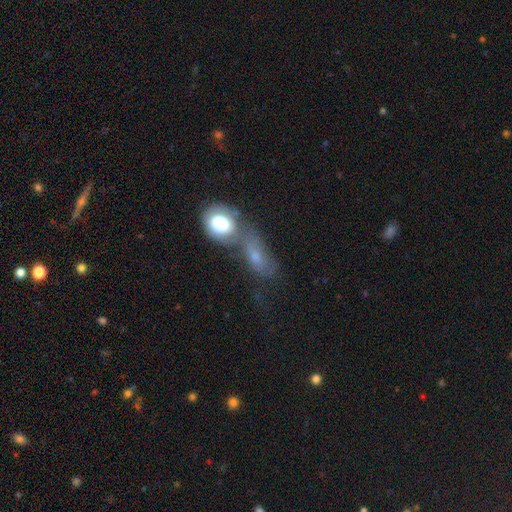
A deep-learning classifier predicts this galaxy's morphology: The model was most divided on "smooth or featured": smooth: 57%, featured or disk: 27%, star or artifact: 16%. More confident: how rounded — in between (64%); merging — merger (54%).